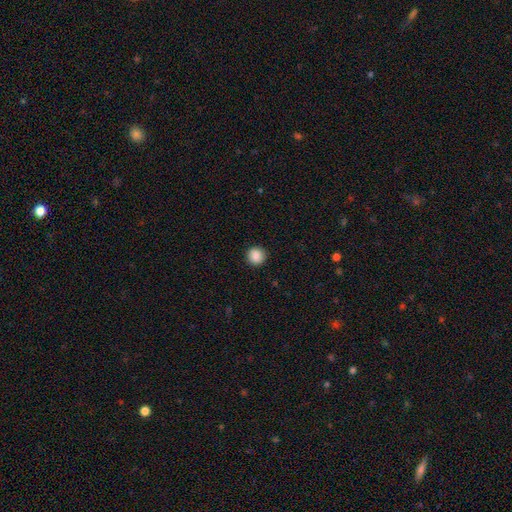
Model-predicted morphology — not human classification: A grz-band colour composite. It shows a smooth galaxy with no disk features (88%) that is round (94%). Merging: none (92%).